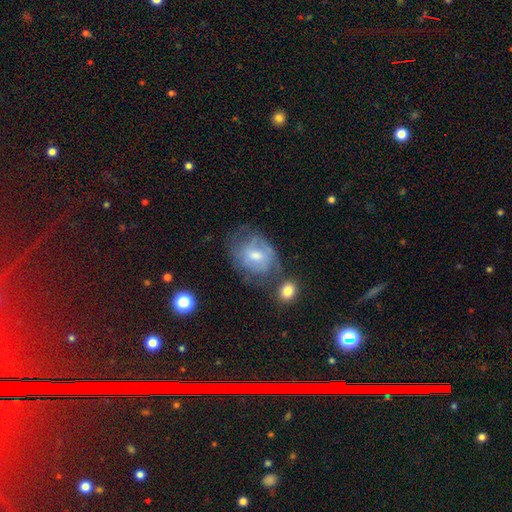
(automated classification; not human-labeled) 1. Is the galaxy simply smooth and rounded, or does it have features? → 57% featured or disk, 35% smooth, 8% star or artifact.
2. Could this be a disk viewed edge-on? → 96% no, 4% yes.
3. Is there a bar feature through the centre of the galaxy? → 51% no, 42% weak, 8% strong.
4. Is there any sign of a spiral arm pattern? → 62% yes, 38% no.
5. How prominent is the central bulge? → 59% moderate, 30% small, 6% large, 4% none, 1% dominant.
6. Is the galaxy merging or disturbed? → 46% none, 26% minor disturbance, 19% major disturbance, 8% merger.